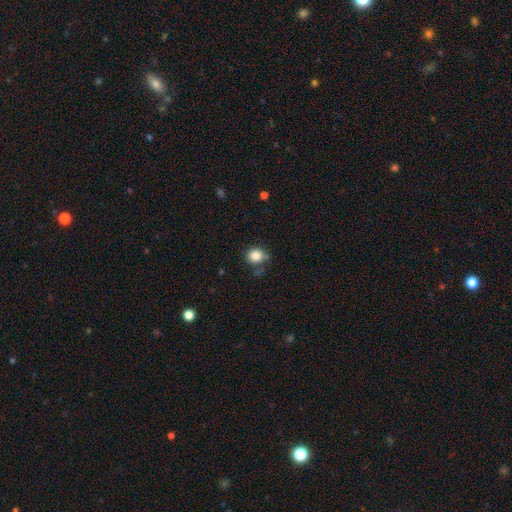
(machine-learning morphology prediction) Smooth or featured? smooth (84%)
How rounded? round (81%)
Merging? none (73%)